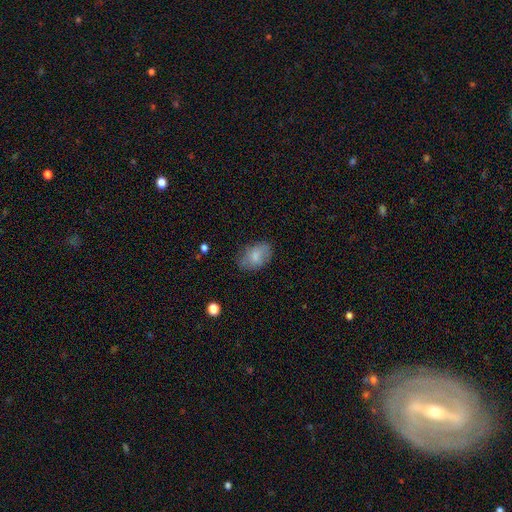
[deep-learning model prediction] Morphology: type=smooth (77%); roundness=in between (88%); merging=none (70%).